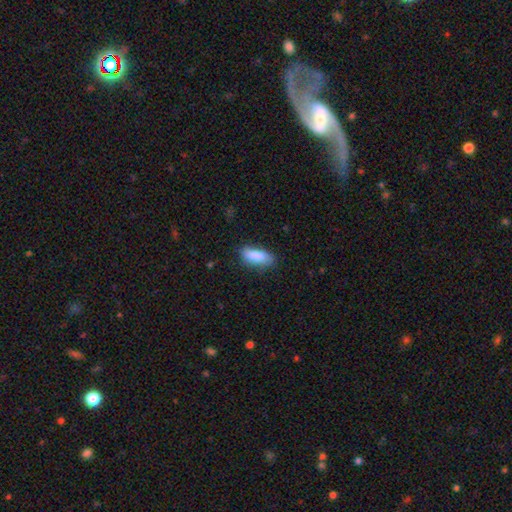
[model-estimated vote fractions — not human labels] A smooth galaxy with no disk features (85%) that is in between round and cigar-shaped (78%).

Vote fractions:
- Smooth or featured? smooth: 85% / featured or disk: 9% / star or artifact: 7%
- How rounded? in between: 78% / cigar-shaped: 19% / round: 2%
- Merging? none: 73% / minor disturbance: 21% / major disturbance: 5% / merger: 2%